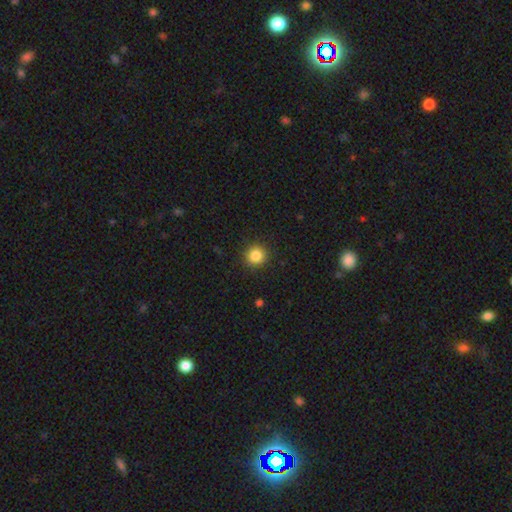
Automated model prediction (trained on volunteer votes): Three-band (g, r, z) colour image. It shows a smooth galaxy with no disk features (85%) that is round (94%). Merging: none (91%).